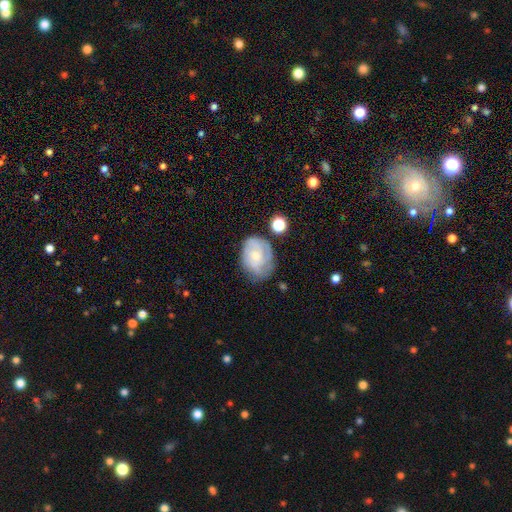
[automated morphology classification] Smooth or featured? Predicted: featured or disk (p=0.56). Edge-on disk? Predicted: no (p=0.97). Bar? Predicted: no (p=0.77). Spiral arms? Predicted: yes (p=0.75). Bulge size? Predicted: small (p=0.55). Merging? Predicted: none (p=0.57).